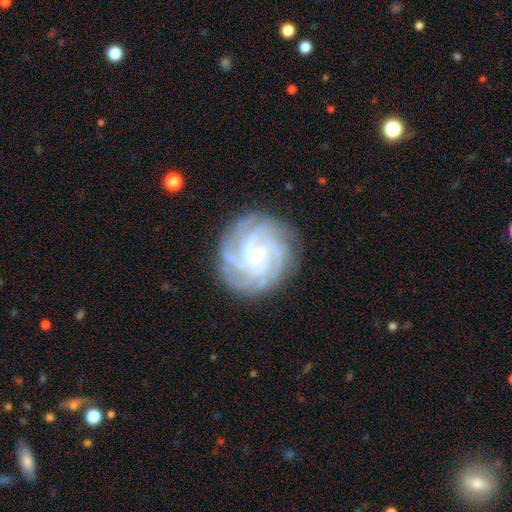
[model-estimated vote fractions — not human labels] This is clearly a featured or disk galaxy (89%). It is clearly not viewed edge-on (98%). Bar: possibly no (57%). Spiral arm pattern: clearly yes (98%). Spiral arm count: marginally 4 (40%). Spiral winding: likely tight (76%). Central bulge: clearly small (82%). Merging: clearly none (82%).